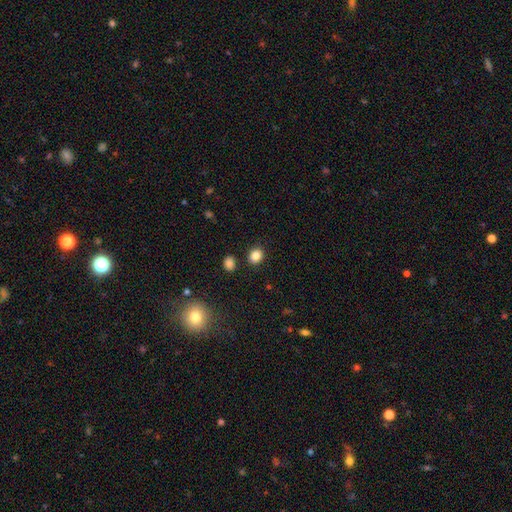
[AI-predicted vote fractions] Morphology: type=smooth (85%); roundness=round (64%); merging=none (85%).